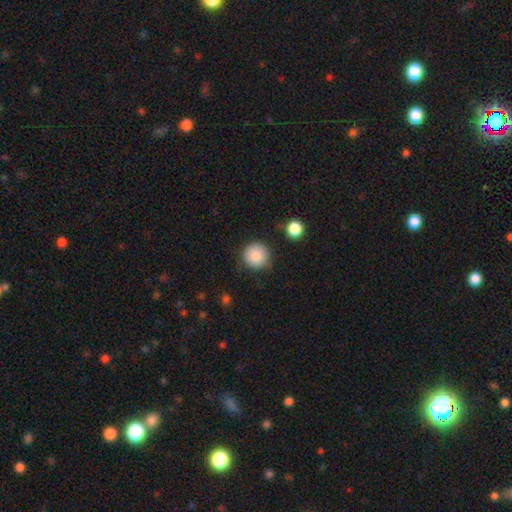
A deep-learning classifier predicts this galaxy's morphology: The model was most divided on "merging": none: 85%, minor disturbance: 10%, major disturbance: 3%, merger: 2%. More confident: how rounded — round (96%); smooth or featured — smooth (85%).